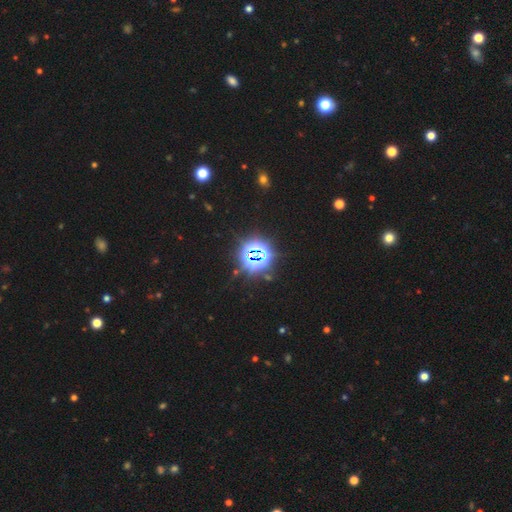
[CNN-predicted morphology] Q: Smooth or featured?
A: star or artifact (82%); runner-up: smooth (11%)